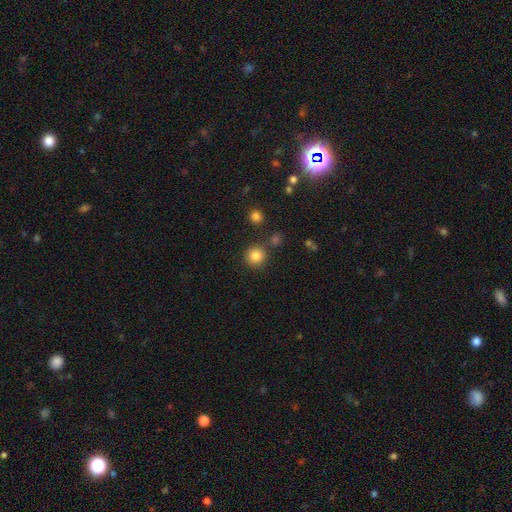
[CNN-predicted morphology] Smooth or featured? Predicted: smooth (p=0.84). How rounded? Predicted: round (p=0.93). Merging? Predicted: none (p=0.83).